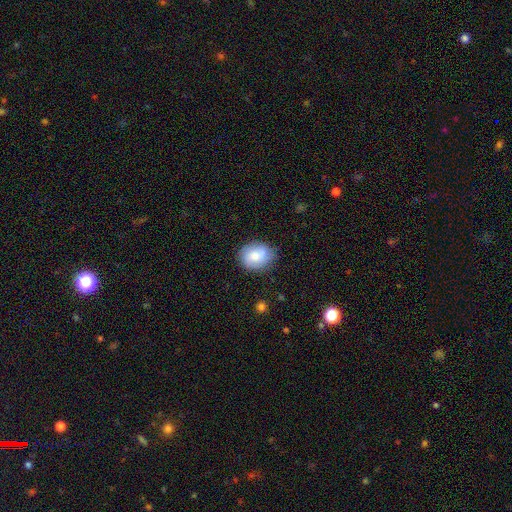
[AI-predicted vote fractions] Q: Smooth or featured?
A: smooth (69%); runner-up: featured or disk (23%)
Q: How rounded?
A: round (52%); runner-up: in between (47%)
Q: Merging?
A: none (76%); runner-up: minor disturbance (17%)